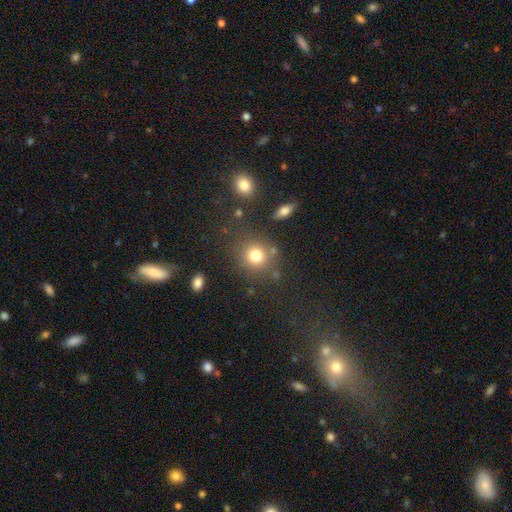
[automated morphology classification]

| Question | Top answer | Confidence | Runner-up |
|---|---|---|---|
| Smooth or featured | smooth | 79% | star or artifact (13%) |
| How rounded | round | 86% | in between (13%) |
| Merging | none | 77% | minor disturbance (11%) |